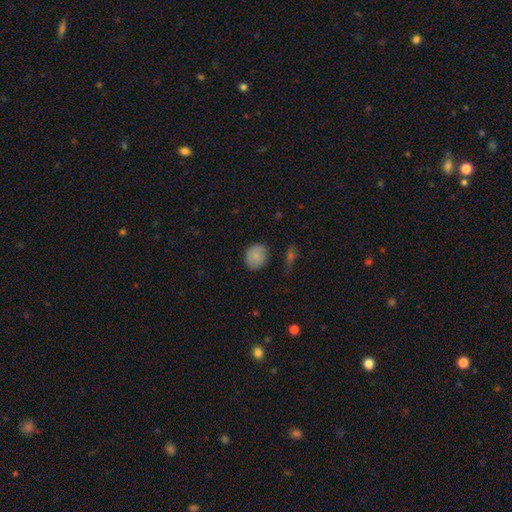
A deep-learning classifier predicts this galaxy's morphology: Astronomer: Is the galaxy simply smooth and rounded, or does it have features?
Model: smooth — 83%.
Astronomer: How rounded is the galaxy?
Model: round — 55% (runner-up: in between, 44%).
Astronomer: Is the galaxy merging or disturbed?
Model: none — 76%.